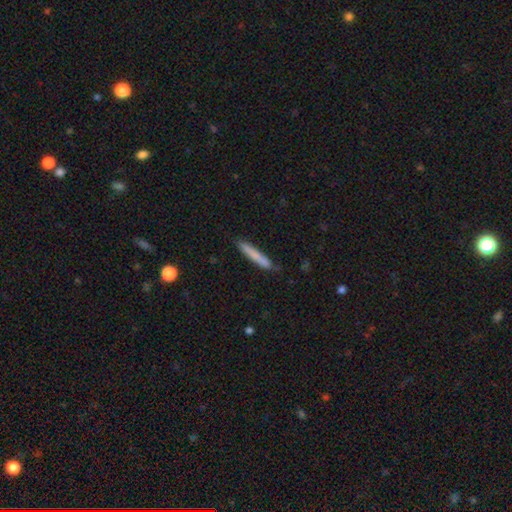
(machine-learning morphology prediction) A smooth galaxy with no disk features (77%) that is cigar-shaped (95%).

Vote fractions:
- Smooth or featured? smooth: 77% / featured or disk: 17% / star or artifact: 6%
- How rounded? cigar-shaped: 95% / in between: 4% / round: 1%
- Merging? none: 85% / minor disturbance: 11% / major disturbance: 2% / merger: 2%